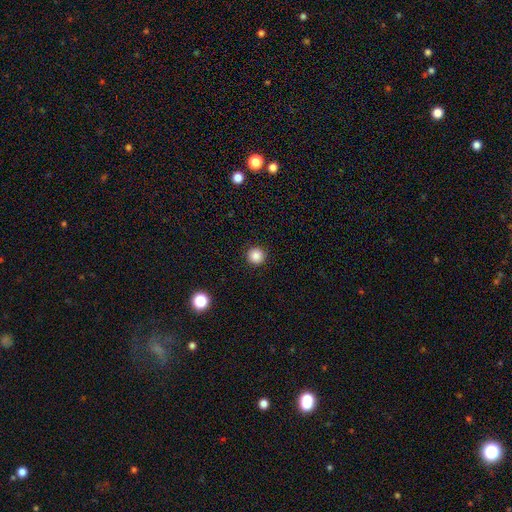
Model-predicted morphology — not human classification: type=smooth (86%); roundness=round (96%); merging=none (92%).